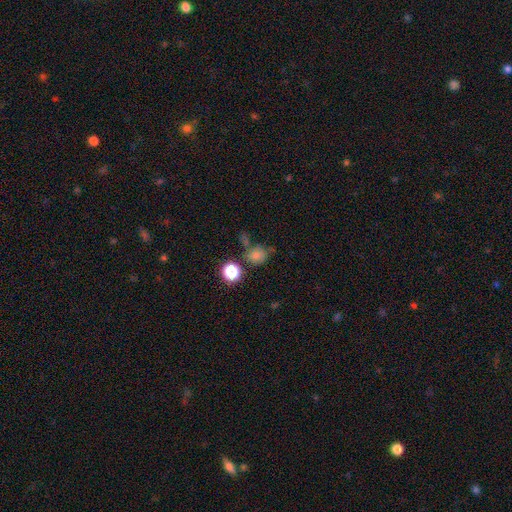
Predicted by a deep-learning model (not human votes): Smooth or featured: smooth — 73% (star or artifact — 19%)
How rounded: round — 70% (in between — 29%)
Merging: none — 59% (merger — 18%)